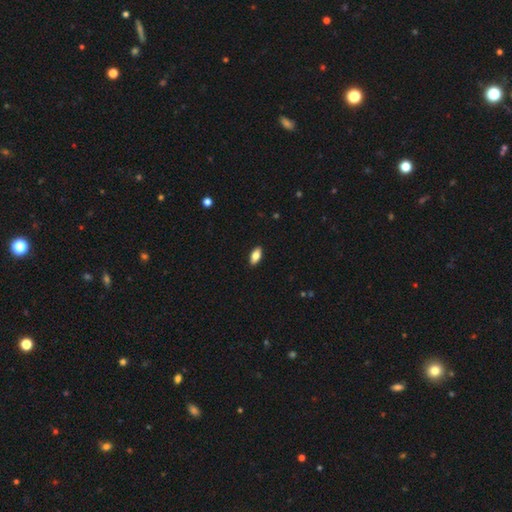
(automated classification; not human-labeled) A smooth galaxy with no disk features (79%) that is in between round and cigar-shaped (88%). Merging: none (90%).